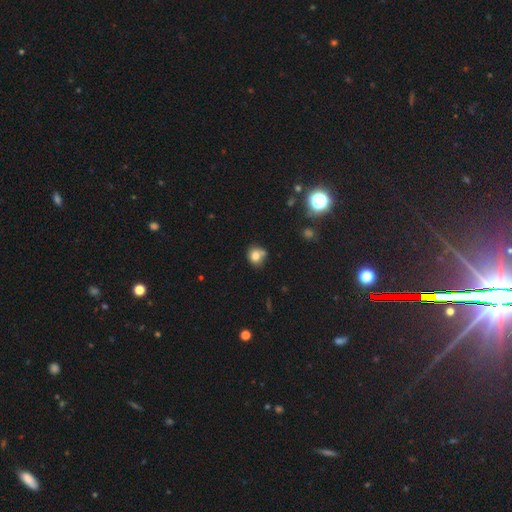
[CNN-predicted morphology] Overall: smooth (76%). How rounded: round (79%). Merging: none (54%; minor disturbance 21%).